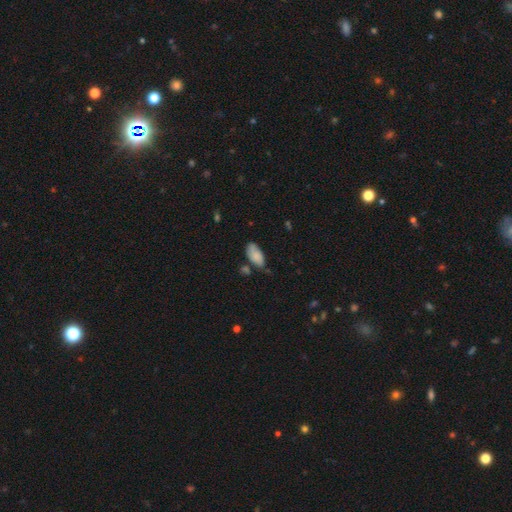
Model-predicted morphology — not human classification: This is likely a smooth galaxy (79%). How rounded: clearly in between (91%). Merging: possibly none (48%).